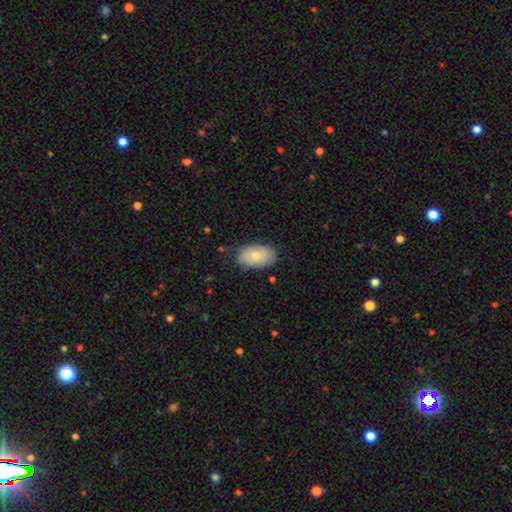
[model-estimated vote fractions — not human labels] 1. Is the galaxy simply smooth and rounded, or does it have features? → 75% smooth, 19% featured or disk, 6% star or artifact.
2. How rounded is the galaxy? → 91% in between, 8% round, 1% cigar-shaped.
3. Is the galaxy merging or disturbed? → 80% none, 16% minor disturbance, 3% major disturbance, 1% merger.